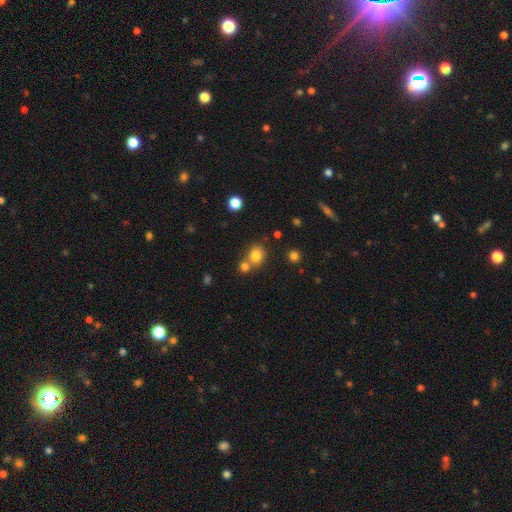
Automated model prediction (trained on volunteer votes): Smooth or featured? Predicted: smooth (p=0.81). How rounded? Predicted: round (p=0.76). Merging? Predicted: none (p=0.55).